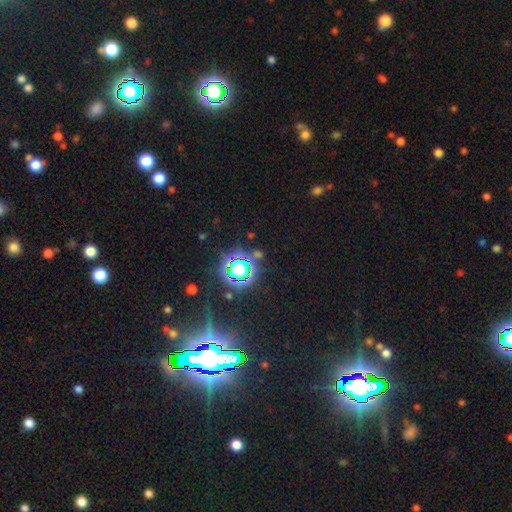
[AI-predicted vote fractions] star or artifact 77%, smooth 13%, featured or disk 10%.